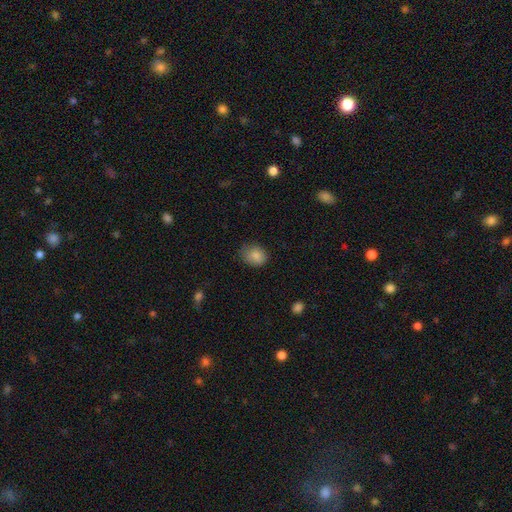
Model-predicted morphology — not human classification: Q: Smooth or featured?
A: smooth (84%); runner-up: star or artifact (9%)
Q: How rounded?
A: round (51%); runner-up: in between (48%)
Q: Merging?
A: none (64%); runner-up: minor disturbance (28%)